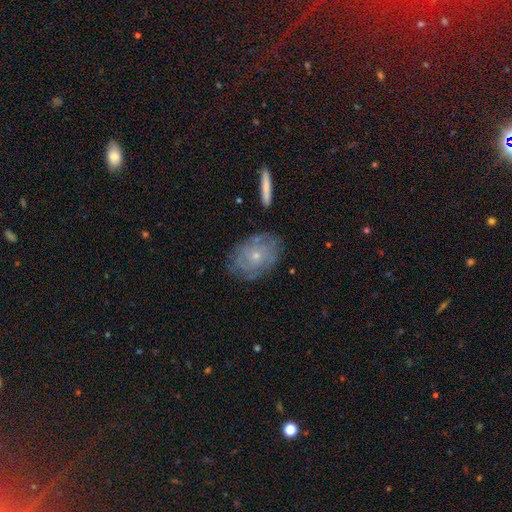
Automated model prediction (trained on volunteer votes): Smooth or featured?
  - featured or disk: 64% *
  - smooth: 29%
  - star or artifact: 7%
Edge-on disk?
  - no: 95% *
  - yes: 5%
Bar?
  - no: 86% *
  - weak: 11%
  - strong: 2%
Spiral arms?
  - yes: 71% *
  - no: 29%
Bulge size?
  - small: 76% *
  - moderate: 21%
  - none: 2%
  - large: 1%
  - dominant: 1%
Merging?
  - none: 74% *
  - minor disturbance: 17%
  - major disturbance: 6%
  - merger: 2%